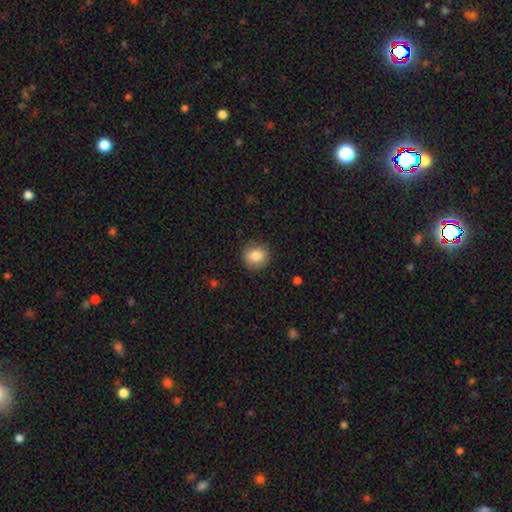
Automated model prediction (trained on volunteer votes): The model was most divided on "smooth or featured": smooth: 84%, star or artifact: 9%, featured or disk: 7%. More confident: merging — none (89%); how rounded — round (87%).